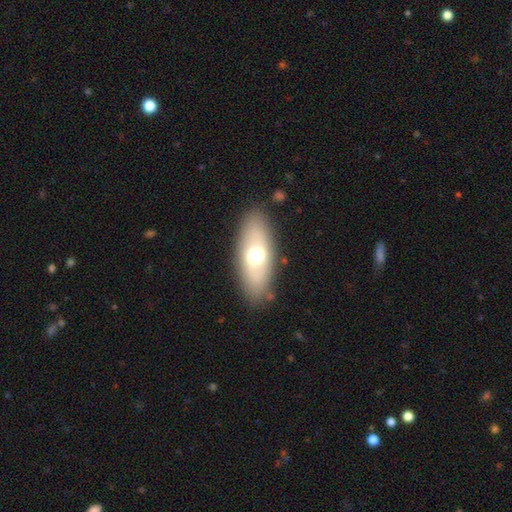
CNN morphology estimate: The model was most divided on "smooth or featured": smooth: 60%, featured or disk: 32%, star or artifact: 8%. More confident: merging — none (85%); how rounded — in between (80%).